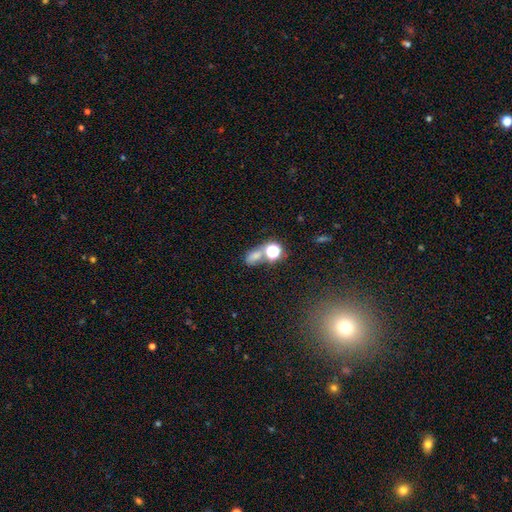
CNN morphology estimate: type=smooth (59%); roundness=in between (63%); merging=none (44%).